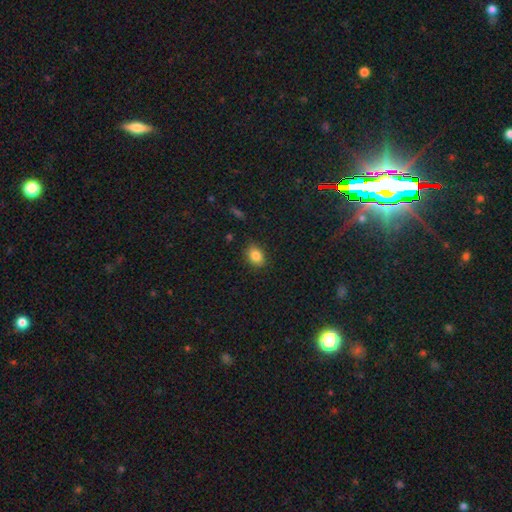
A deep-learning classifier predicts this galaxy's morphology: The model was most divided on "how rounded": in between: 74%, round: 25%, cigar-shaped: 1%. More confident: merging — none (85%); smooth or featured — smooth (85%).